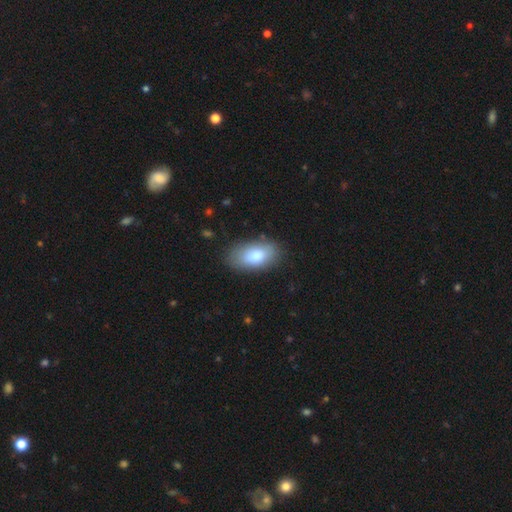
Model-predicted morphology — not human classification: The model was most divided on "merging": none: 80%, minor disturbance: 14%, major disturbance: 4%, merger: 1%. More confident: how rounded — in between (94%); smooth or featured — smooth (83%).